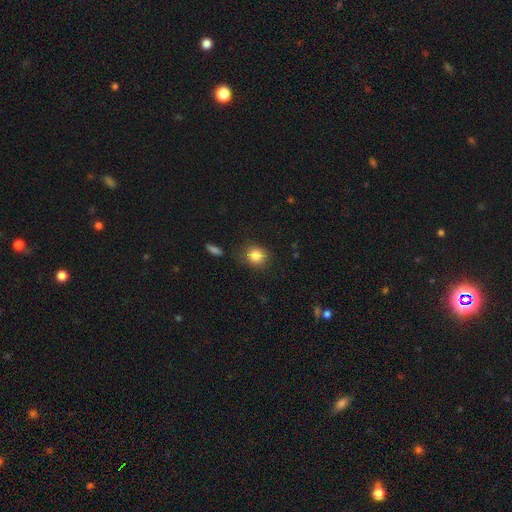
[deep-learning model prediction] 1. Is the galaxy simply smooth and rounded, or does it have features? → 84% smooth, 10% star or artifact, 6% featured or disk.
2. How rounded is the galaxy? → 78% round, 21% in between, 1% cigar-shaped.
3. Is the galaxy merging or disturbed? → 80% none, 14% minor disturbance, 3% major disturbance, 3% merger.